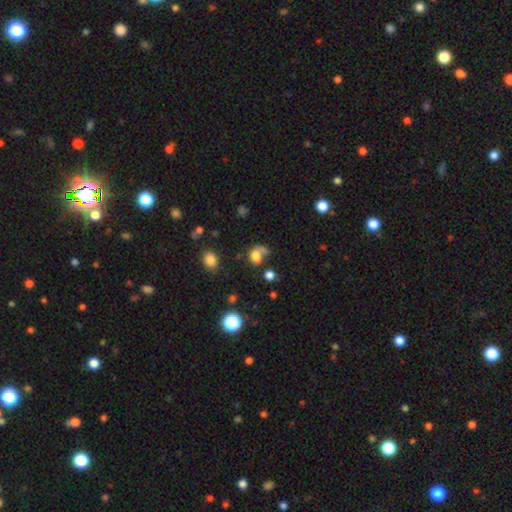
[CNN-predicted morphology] A smooth galaxy with no disk features (71%) that is round (49%, tied with in between).

Vote fractions:
- Smooth or featured? smooth: 71% / star or artifact: 16% / featured or disk: 13%
- How rounded? round: 49% (tied) / in between: 49% (tied) / cigar-shaped: 2%
- Merging? none: 36% / merger: 29% / major disturbance: 19% / minor disturbance: 16%